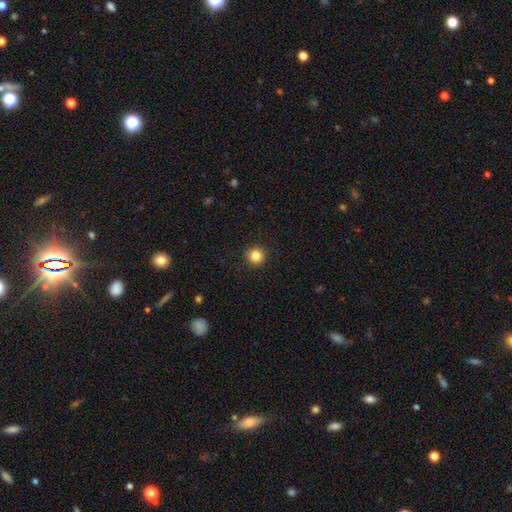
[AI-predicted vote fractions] Overall: smooth (84%). How rounded: round (95%). Merging: none (93%).